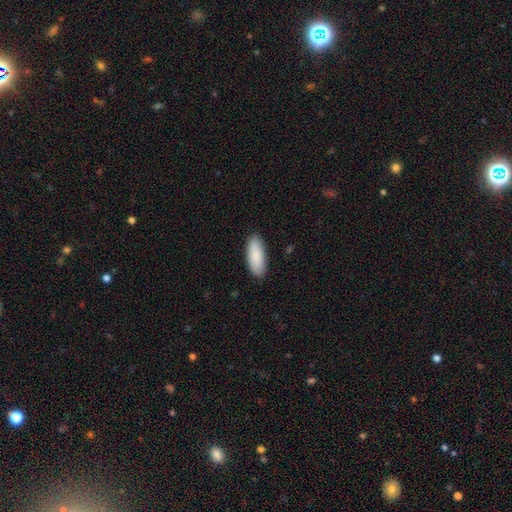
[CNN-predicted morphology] Smooth or featured? Predicted: smooth (p=0.89). How rounded? Predicted: in between (p=0.79). Merging? Predicted: none (p=0.89).